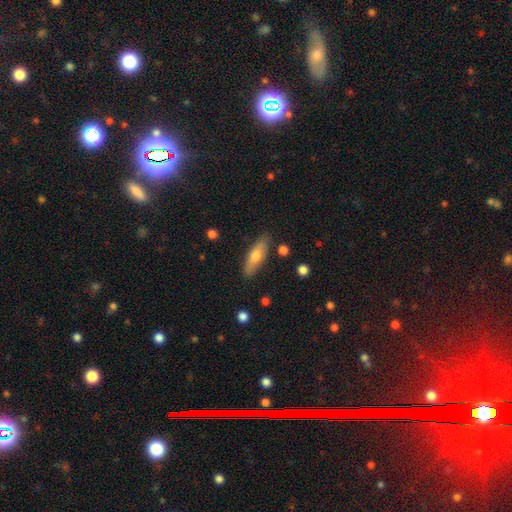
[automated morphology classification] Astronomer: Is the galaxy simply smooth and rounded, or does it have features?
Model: smooth — 62%.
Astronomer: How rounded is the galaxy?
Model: cigar-shaped — 51% (runner-up: in between, 46%).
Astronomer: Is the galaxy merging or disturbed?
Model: none — 85%.